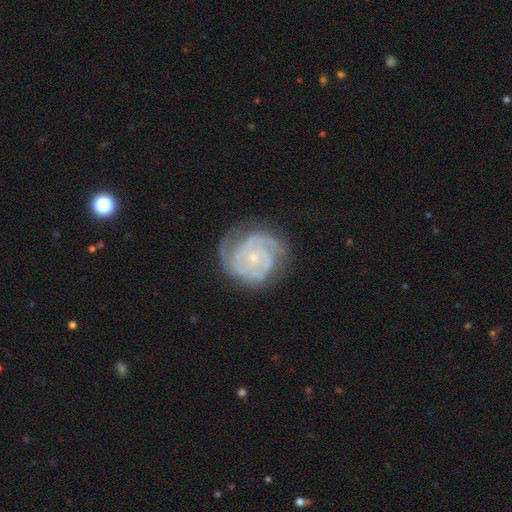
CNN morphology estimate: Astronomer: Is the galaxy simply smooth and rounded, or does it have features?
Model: featured or disk — 87%.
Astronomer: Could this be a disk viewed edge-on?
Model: no — 98%.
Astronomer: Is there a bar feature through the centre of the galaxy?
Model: no — 73%.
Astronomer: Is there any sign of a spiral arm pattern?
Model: yes — 98%.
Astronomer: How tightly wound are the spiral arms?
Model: tight — 78%.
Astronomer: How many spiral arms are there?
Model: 2 — 36% (runner-up: 3, 30%).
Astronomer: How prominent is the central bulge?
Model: small — 77%.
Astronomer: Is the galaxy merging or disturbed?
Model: none — 77%.